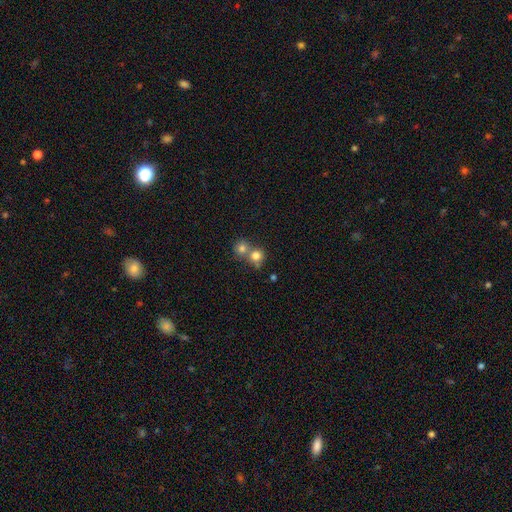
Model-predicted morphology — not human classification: Smooth or featured: smooth — 78% (star or artifact — 12%)
How rounded: round — 86% (in between — 13%)
Merging: merger — 51% (none — 41%)